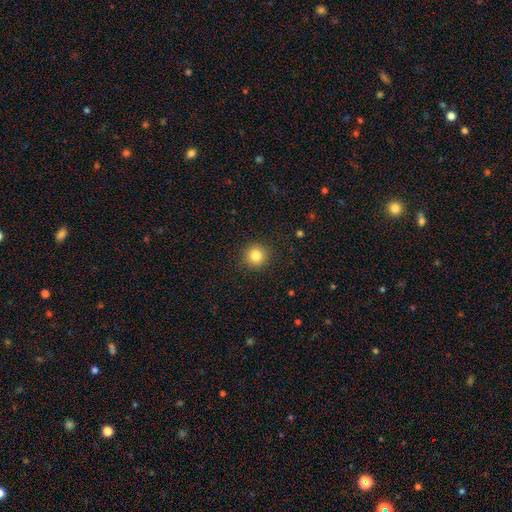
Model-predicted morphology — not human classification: A smooth galaxy with no disk features (83%) that is round (94%). Merging: none (91%).